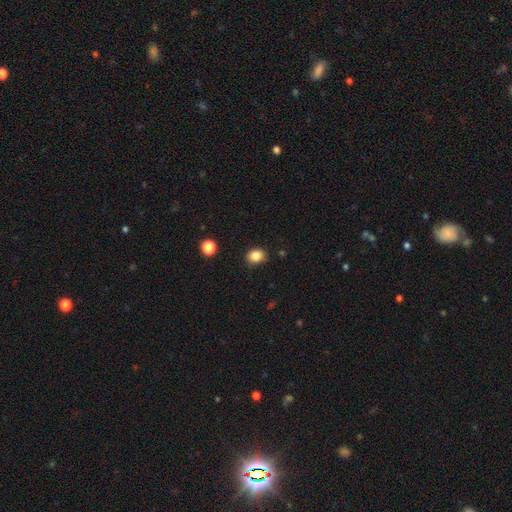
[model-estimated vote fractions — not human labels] Smooth or featured? smooth (84%)
How rounded? round (59%)
Merging? none (85%)